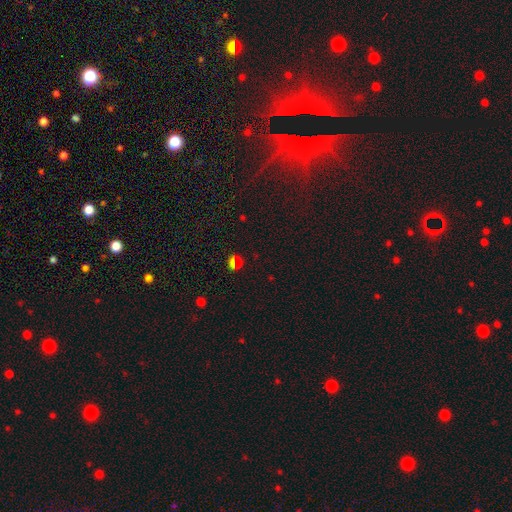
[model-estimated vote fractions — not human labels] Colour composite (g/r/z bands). It shows a star or artifact, not a galaxy (65%).